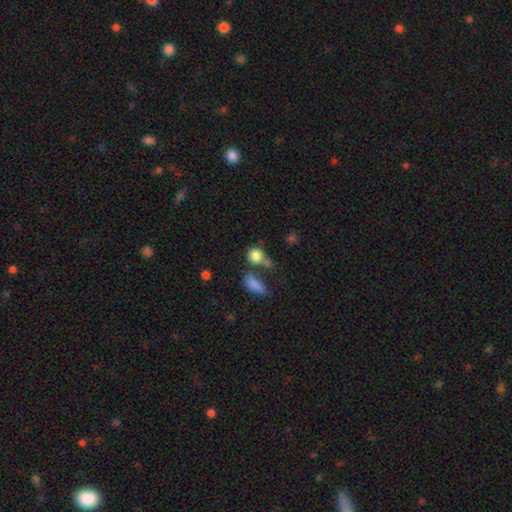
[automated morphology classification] smooth 83%, star or artifact 10%, featured or disk 7%. Down the decision tree: how rounded — round (78%); merging — none (51%).